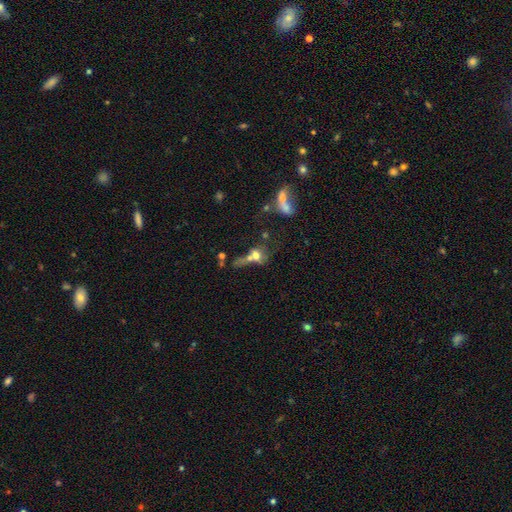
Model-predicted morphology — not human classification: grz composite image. It shows a smooth galaxy with no disk features (56%) that is round (46%). Merging: merger (55%).